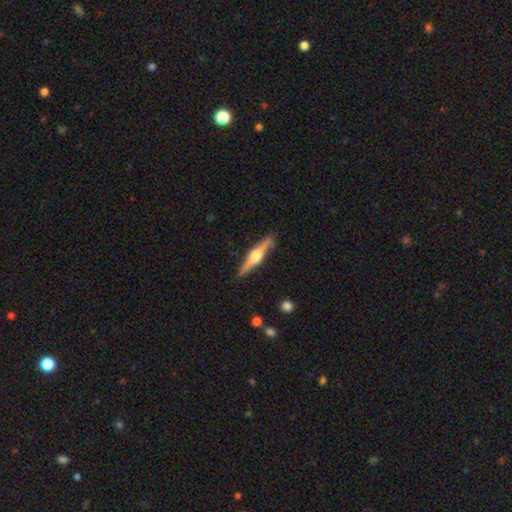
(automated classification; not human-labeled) Smooth or featured?
  - featured or disk: 78% *
  - smooth: 17%
  - star or artifact: 5%
Edge-on disk?
  - yes: 98% *
  - no: 2%
Edge-on bulge?
  - rounded: 93% *
  - boxy: 5%
  - none: 2%
Merging?
  - none: 88% *
  - minor disturbance: 9%
  - major disturbance: 2%
  - merger: 1%